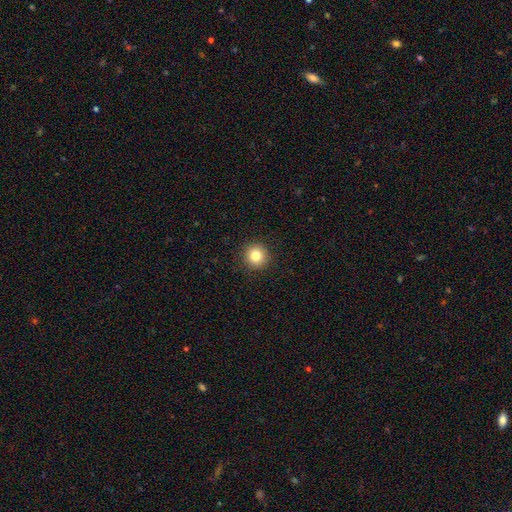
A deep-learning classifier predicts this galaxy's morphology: A smooth galaxy with no disk features (82%) that is round (94%).

Vote fractions:
- Smooth or featured? smooth: 82% / star or artifact: 11% / featured or disk: 6%
- How rounded? round: 94% / in between: 5% / cigar-shaped: 1%
- Merging? none: 92% / minor disturbance: 5% / major disturbance: 2% / merger: 1%